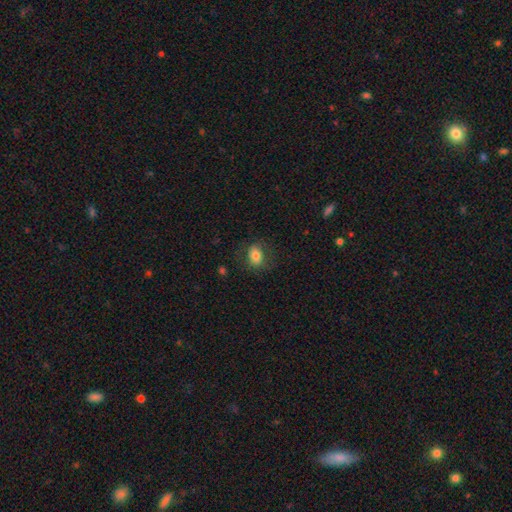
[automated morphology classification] A smooth galaxy with no disk features (75%) that is in between round and cigar-shaped (67%). Merging: none (75%).